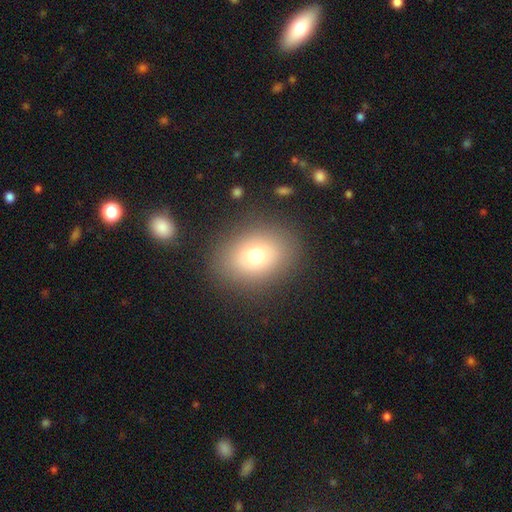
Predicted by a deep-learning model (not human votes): Q: Smooth or featured?
A: smooth (73%); runner-up: featured or disk (15%)
Q: How rounded?
A: in between (56%); runner-up: round (43%)
Q: Merging?
A: none (84%); runner-up: minor disturbance (9%)